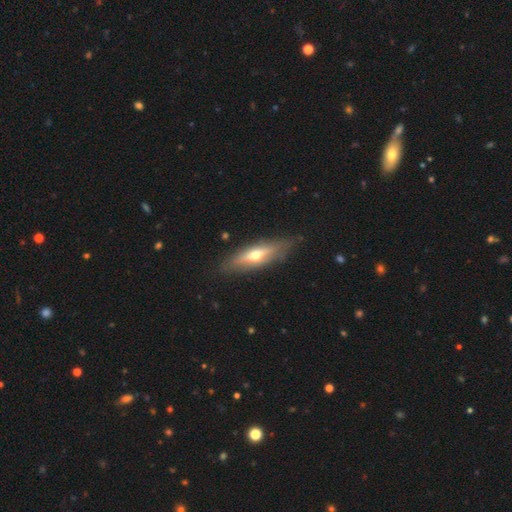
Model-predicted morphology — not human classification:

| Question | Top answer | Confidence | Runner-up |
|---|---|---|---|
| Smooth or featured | featured or disk | 53% | smooth (41%) |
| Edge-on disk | yes | 79% | no (21%) |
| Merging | none | 81% | minor disturbance (13%) |